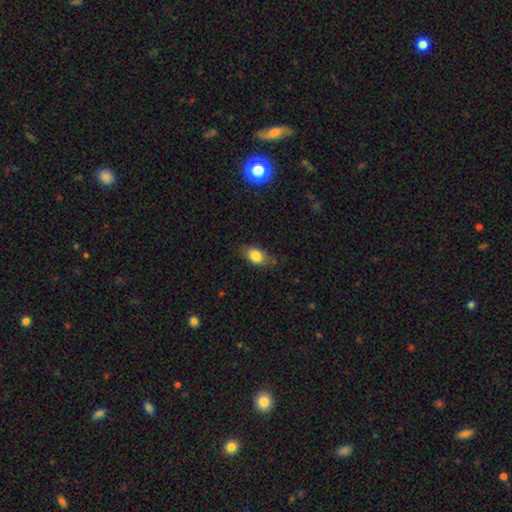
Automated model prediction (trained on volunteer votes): The model was most divided on "merging": none: 71%, minor disturbance: 22%, major disturbance: 6%, merger: 1%. More confident: how rounded — in between (83%); smooth or featured — smooth (81%).